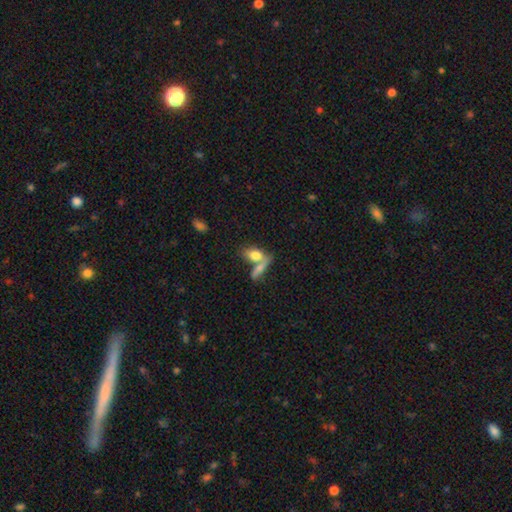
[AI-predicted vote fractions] The model was most divided on "merging": merger: 52%, none: 34%, minor disturbance: 9%, major disturbance: 5%. More confident: how rounded — in between (80%); smooth or featured — smooth (75%).